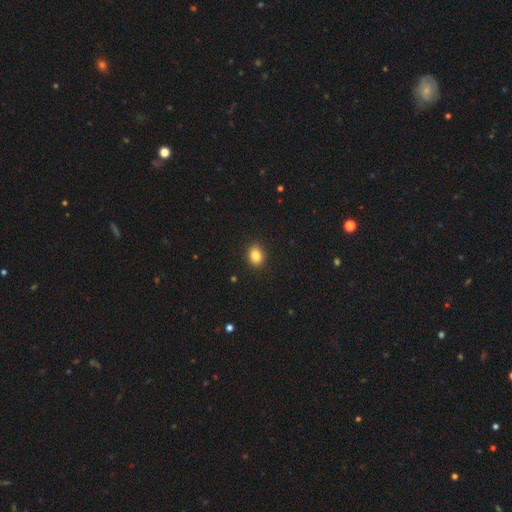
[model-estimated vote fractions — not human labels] Smooth or featured?
  - smooth: 84% *
  - star or artifact: 10%
  - featured or disk: 6%
How rounded?
  - in between: 60% *
  - round: 39%
  - cigar-shaped: 1%
Merging?
  - none: 89% *
  - minor disturbance: 8%
  - major disturbance: 2%
  - merger: 1%